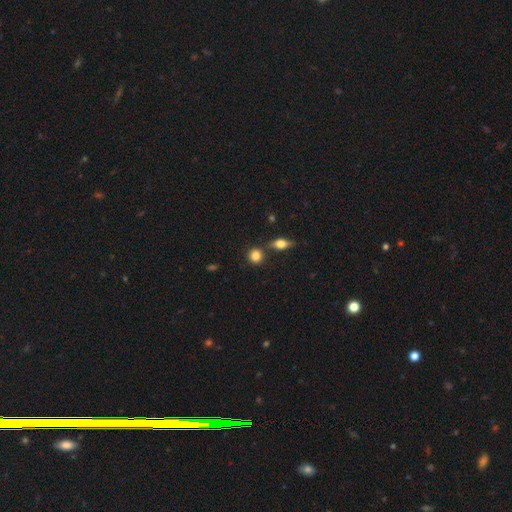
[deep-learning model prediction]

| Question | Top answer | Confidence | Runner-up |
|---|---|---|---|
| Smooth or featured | smooth | 83% | star or artifact (10%) |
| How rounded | round | 84% | in between (13%) |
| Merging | none | 75% | merger (13%) |